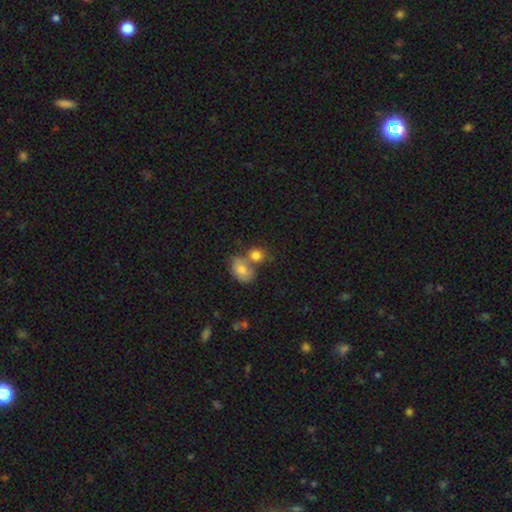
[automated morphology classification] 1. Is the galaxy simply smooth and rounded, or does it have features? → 80% smooth, 11% featured or disk, 9% star or artifact.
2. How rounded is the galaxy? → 59% round, 39% in between, 1% cigar-shaped.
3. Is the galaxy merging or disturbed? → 45% merger, 39% none, 11% minor disturbance, 5% major disturbance.